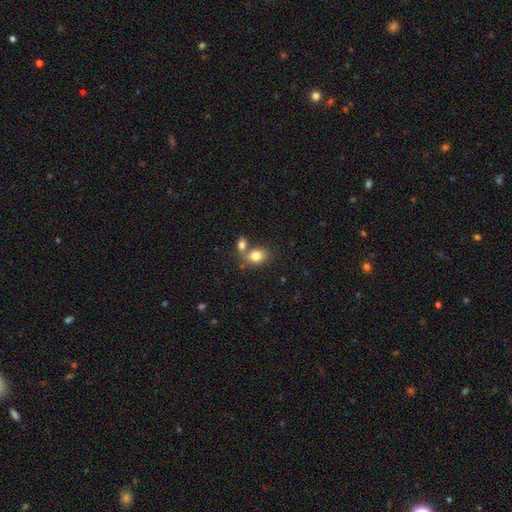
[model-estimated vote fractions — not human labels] The model was most divided on "merging": none: 48%, merger: 38%, minor disturbance: 11%, major disturbance: 4%. More confident: smooth or featured — smooth (80%); how rounded — in between (61%).